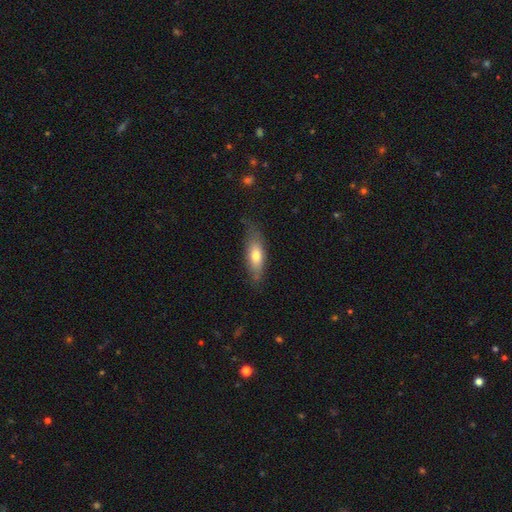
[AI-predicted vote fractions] Smooth or featured? Predicted: smooth (p=0.69). How rounded? Predicted: in between (p=0.62). Merging? Predicted: none (p=0.68).